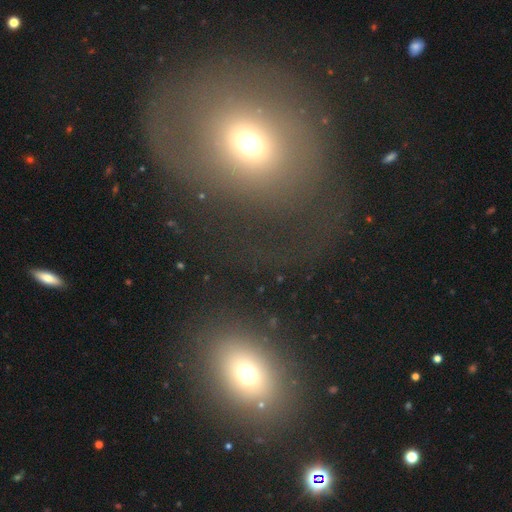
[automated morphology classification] This appears to be a smooth galaxy with no disk features (47%). Merging: none (56%).